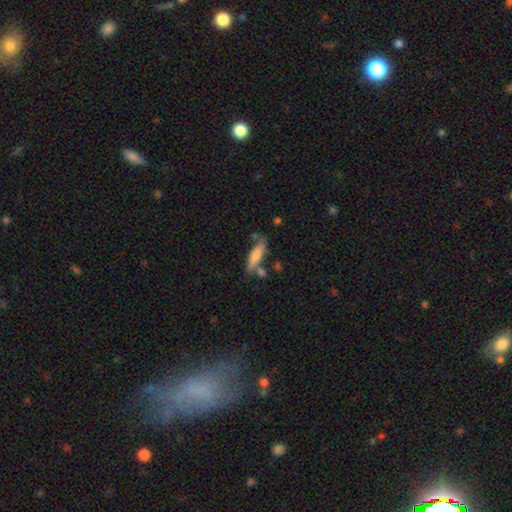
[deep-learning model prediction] Morphology: type=smooth (67%); roundness=cigar-shaped (73%); merging=none (63%).